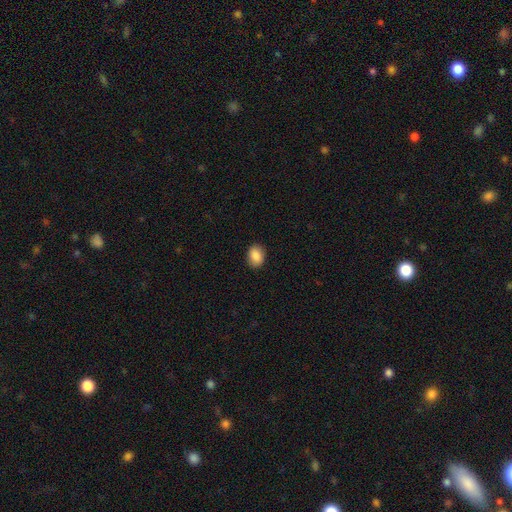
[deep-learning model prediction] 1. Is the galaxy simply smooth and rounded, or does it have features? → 88% smooth, 8% star or artifact, 4% featured or disk.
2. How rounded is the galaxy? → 70% in between, 29% round, 1% cigar-shaped.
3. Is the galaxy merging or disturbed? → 89% none, 8% minor disturbance, 2% major disturbance, 1% merger.